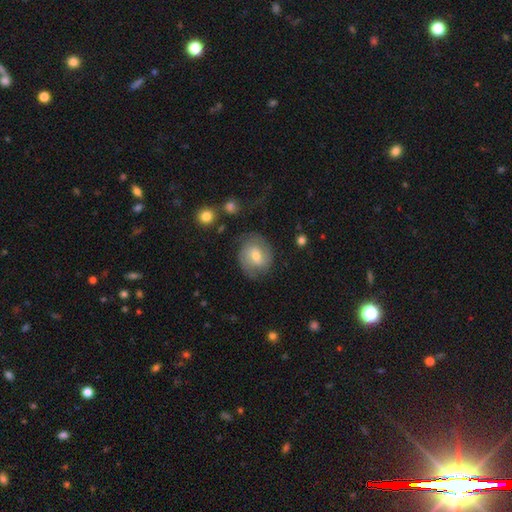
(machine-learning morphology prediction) Smooth or featured?
  - featured or disk: 61% *
  - smooth: 32%
  - star or artifact: 7%
Edge-on disk?
  - no: 97% *
  - yes: 3%
Bar?
  - weak: 47% *
  - no: 41%
  - strong: 12%
Spiral arms?
  - yes: 85% *
  - no: 15%
Spiral winding?
  - medium: 42% *
  - tight: 39%
  - loose: 19%
Spiral arm count?
  - 2: 76% *
  - can't tell: 15%
  - 3: 4%
  - 1: 3%
  - 4: 1%
  - more than 4: 1%
Bulge size?
  - moderate: 60% *
  - small: 34%
  - large: 4%
  - none: 1%
  - dominant: 1%
Merging?
  - none: 71% *
  - minor disturbance: 18%
  - major disturbance: 9%
  - merger: 2%